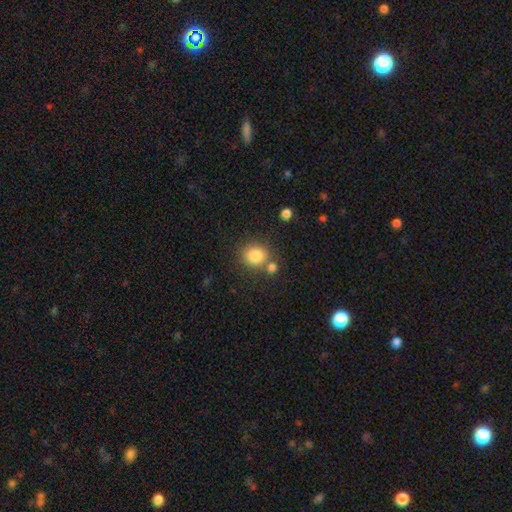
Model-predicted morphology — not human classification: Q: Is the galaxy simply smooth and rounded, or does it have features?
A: smooth — 84%.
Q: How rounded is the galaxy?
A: round — 80%.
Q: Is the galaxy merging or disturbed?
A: none — 68%.